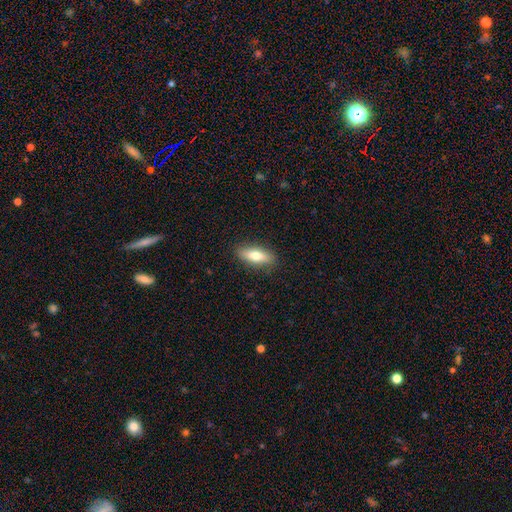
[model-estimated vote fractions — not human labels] Overall: smooth (69%). How rounded: in between (61%; cigar-shaped 36%). Merging: none (87%).